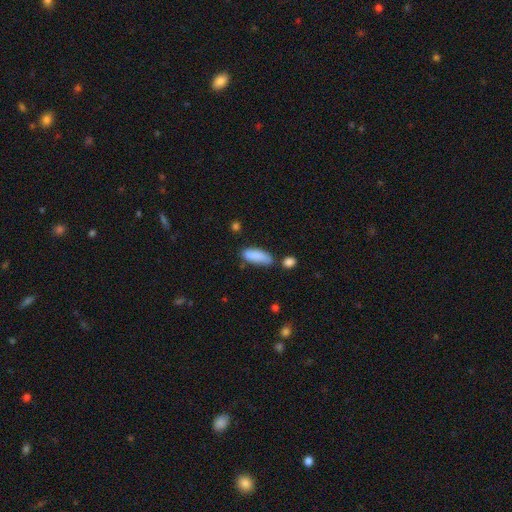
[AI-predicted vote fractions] Overall: smooth (86%). How rounded: in between (70%). Merging: none (61%; minor disturbance 23%).